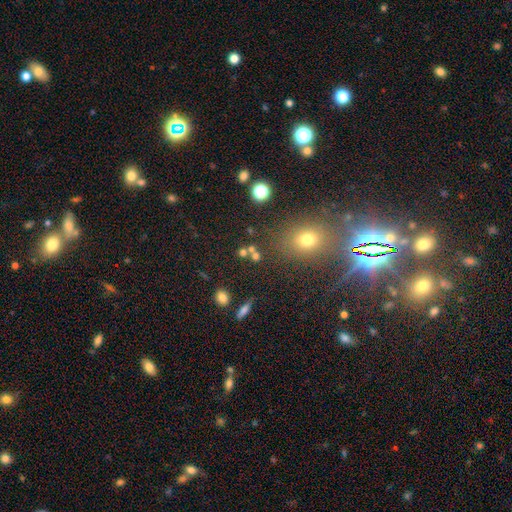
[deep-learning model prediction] Overall: smooth (57%; star or artifact 30%). How rounded: round (61%; in between 34%). Merging: none (71%).